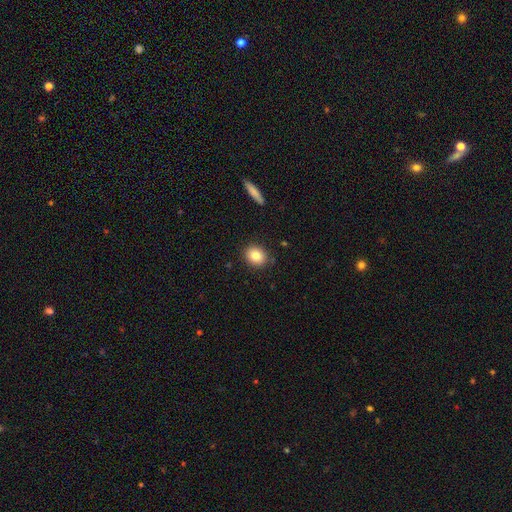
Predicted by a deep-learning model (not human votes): smooth_or_featured: smooth (p=0.81) [alt: featured or disk p=0.09]
how_rounded: round (p=0.69) [alt: in between p=0.30]
merging: none (p=0.89) [alt: minor disturbance p=0.08]